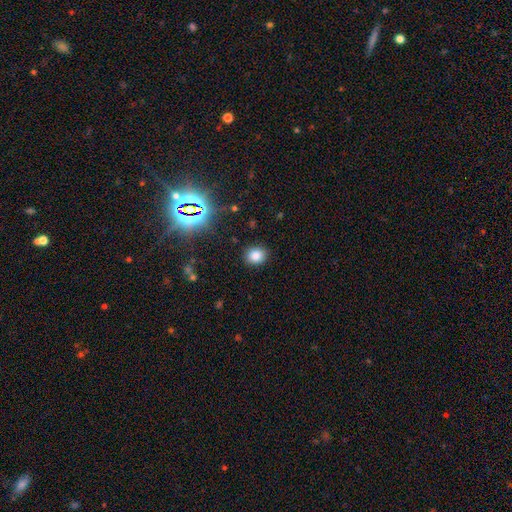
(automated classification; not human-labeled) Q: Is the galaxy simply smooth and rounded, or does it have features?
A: smooth — 81%.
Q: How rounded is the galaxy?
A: round — 72%.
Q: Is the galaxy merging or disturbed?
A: none — 89%.